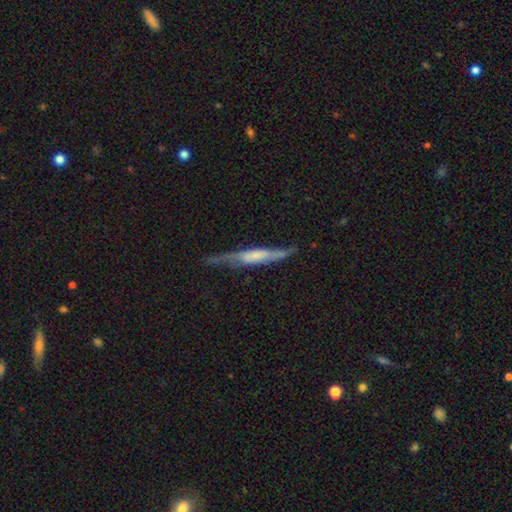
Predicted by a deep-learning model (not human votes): The model was most divided on "edge-on bulge": boxy: 40%, none: 32%, rounded: 27%. More confident: edge-on disk — yes (81%); smooth or featured — featured or disk (63%); merging — none (63%).